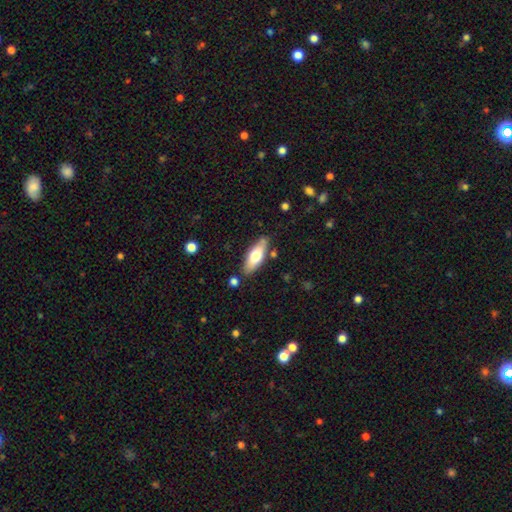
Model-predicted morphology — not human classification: A smooth galaxy with no disk features (65%) that is in between round and cigar-shaped (63%). Merging: none (81%).